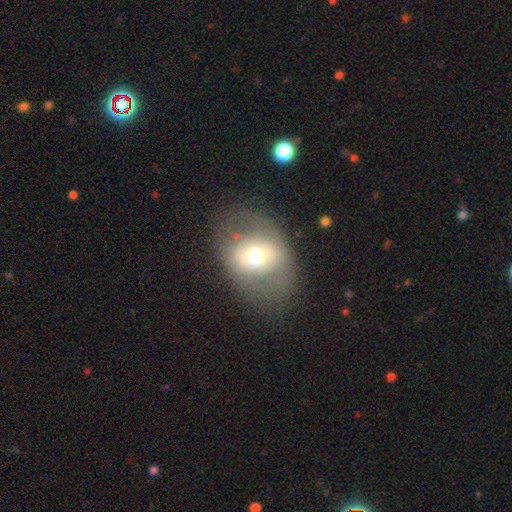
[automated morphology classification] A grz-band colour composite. It shows a smooth galaxy with no disk features (46%). Merging: none (71%).